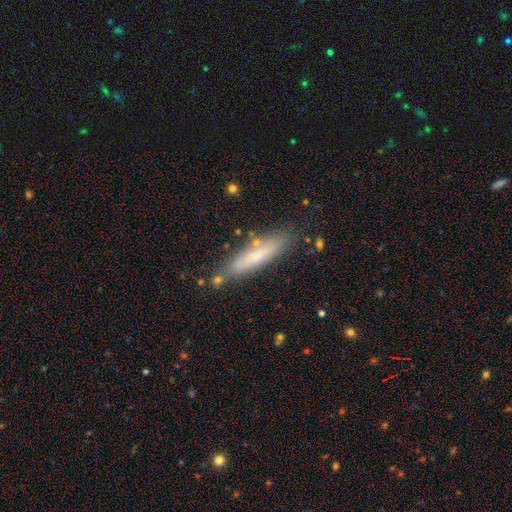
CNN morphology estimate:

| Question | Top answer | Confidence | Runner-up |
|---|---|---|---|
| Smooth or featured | smooth | 60% | featured or disk (32%) |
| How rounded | cigar-shaped | 84% | in between (15%) |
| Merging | none | 81% | minor disturbance (12%) |